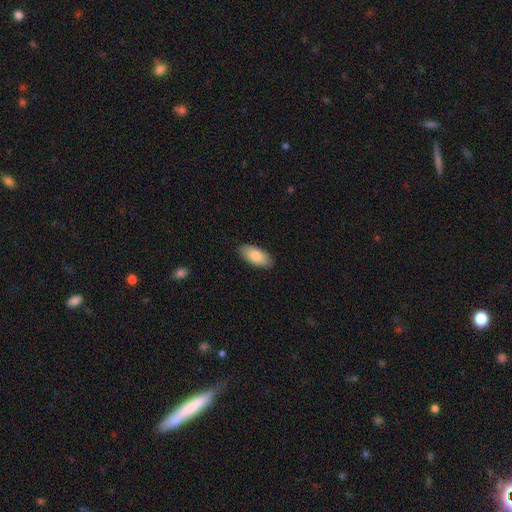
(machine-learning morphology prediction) A smooth galaxy with no disk features (80%) that is in between round and cigar-shaped (91%). Merging: none (88%).